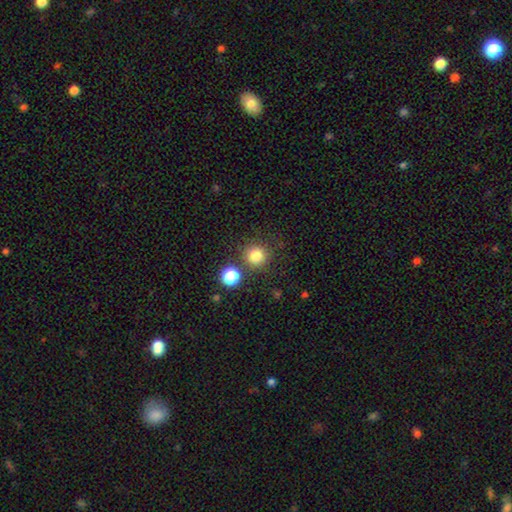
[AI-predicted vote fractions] The model was most divided on "smooth or featured": smooth: 82%, star or artifact: 13%, featured or disk: 5%. More confident: how rounded — round (93%); merging — none (79%).